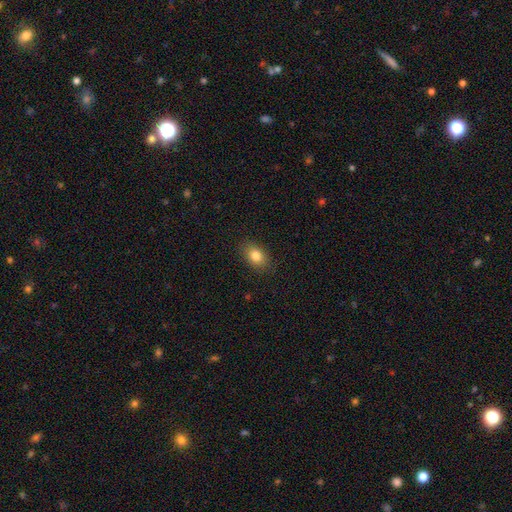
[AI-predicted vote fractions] A smooth galaxy with no disk features (82%) that is in between round and cigar-shaped (79%). Merging: none (87%).